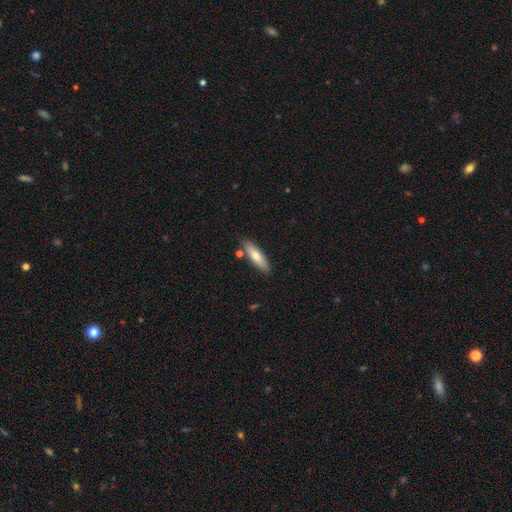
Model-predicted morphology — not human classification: Smooth or featured?
  - smooth: 68% *
  - featured or disk: 26%
  - star or artifact: 6%
How rounded?
  - cigar-shaped: 65% *
  - in between: 33%
  - round: 2%
Merging?
  - none: 82% *
  - minor disturbance: 11%
  - merger: 5%
  - major disturbance: 2%